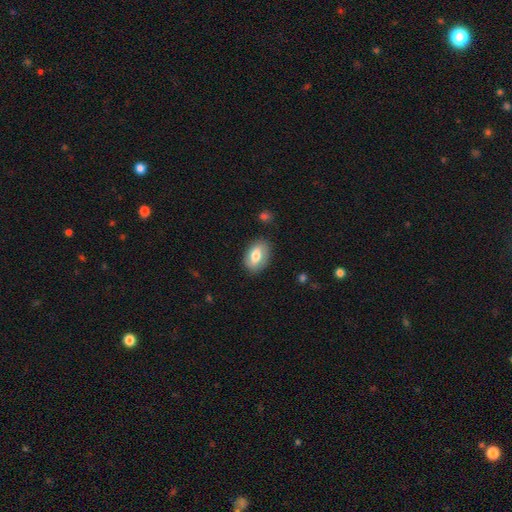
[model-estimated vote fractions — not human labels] smooth 72%, featured or disk 22%, star or artifact 7%. Down the decision tree: how rounded — in between (88%); merging — none (82%).